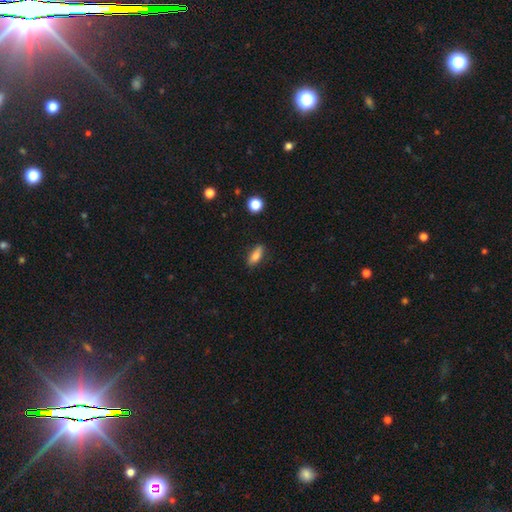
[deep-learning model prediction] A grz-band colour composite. It shows a smooth galaxy with no disk features (77%) that is in between round and cigar-shaped (69%). Merging: none (86%).